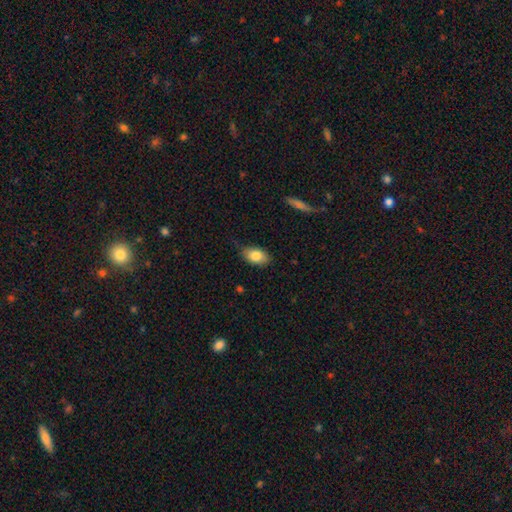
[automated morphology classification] Smooth or featured? Predicted: smooth (p=0.83). How rounded? Predicted: in between (p=0.89). Merging? Predicted: none (p=0.72).